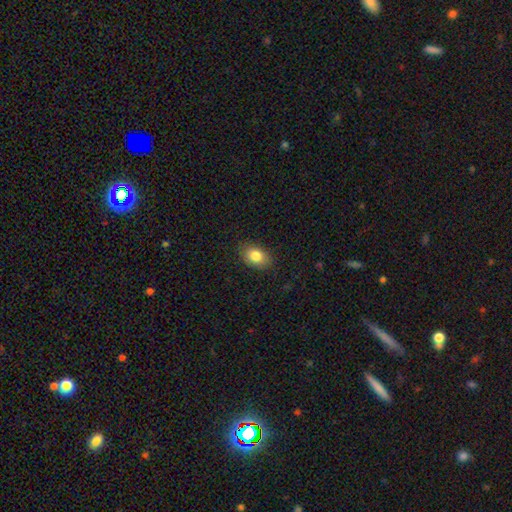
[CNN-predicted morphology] This appears to be a smooth galaxy with no disk features (82%) that is in between round and cigar-shaped (80%). Merging: none (85%).